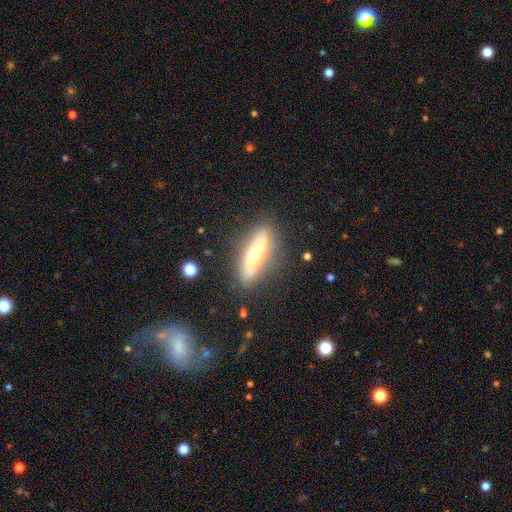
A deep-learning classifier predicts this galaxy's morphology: This is possibly a featured or disk galaxy (55%). It is likely viewed edge-on (64%). Merging: clearly none (82%).